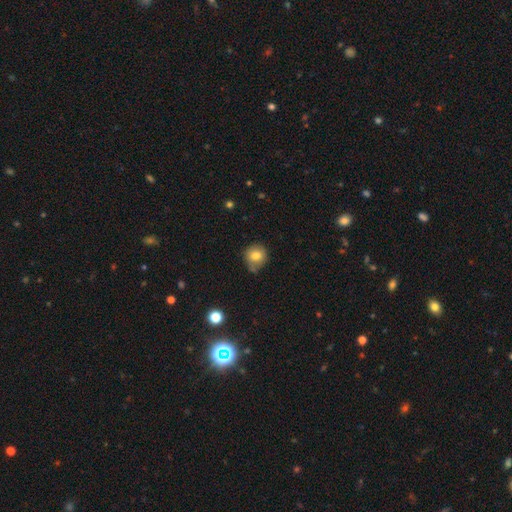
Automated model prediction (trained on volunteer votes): Smooth or featured: smooth — 79% (featured or disk — 11%)
How rounded: round — 84% (in between — 15%)
Merging: none — 66% (minor disturbance — 25%)